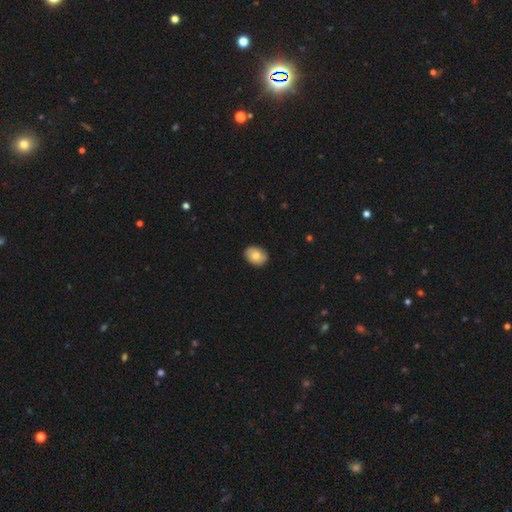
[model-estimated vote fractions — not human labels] smooth 74%, featured or disk 19%, star or artifact 7%. Down the decision tree: how rounded — in between (64%); merging — none (87%).